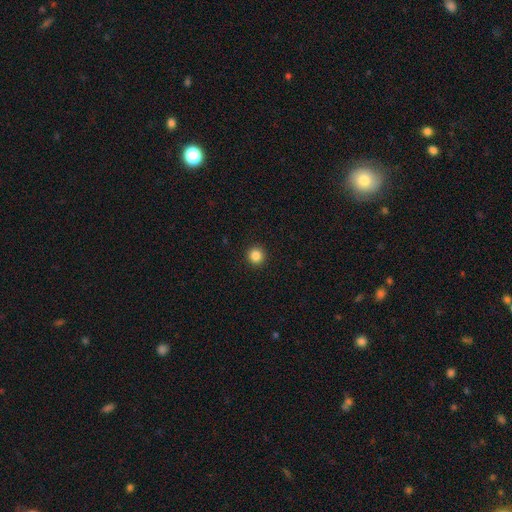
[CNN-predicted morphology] Smooth or featured? smooth (86%)
How rounded? round (95%)
Merging? none (94%)